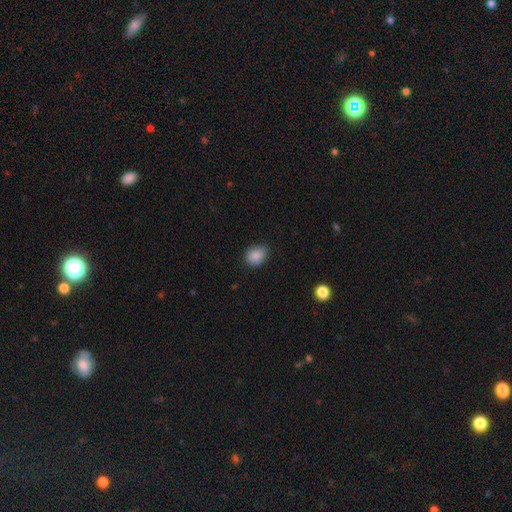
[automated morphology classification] The model was most divided on "how rounded": in between: 50%, round: 49%, cigar-shaped: 1%. More confident: smooth or featured — smooth (87%); merging — none (76%).